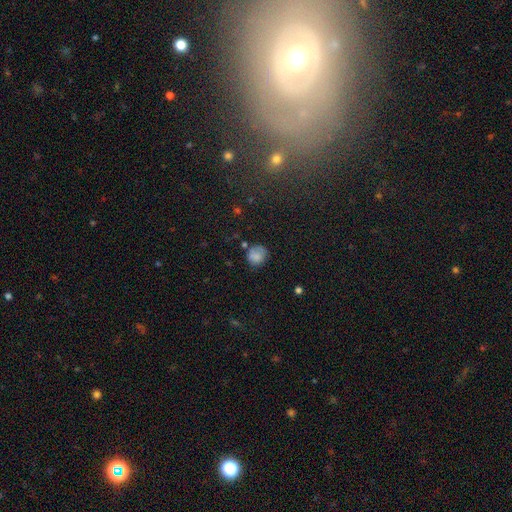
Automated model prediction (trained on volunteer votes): The model was most divided on "merging": none: 65%, minor disturbance: 23%, major disturbance: 7%, merger: 4%. More confident: smooth or featured — smooth (80%); how rounded — round (79%).